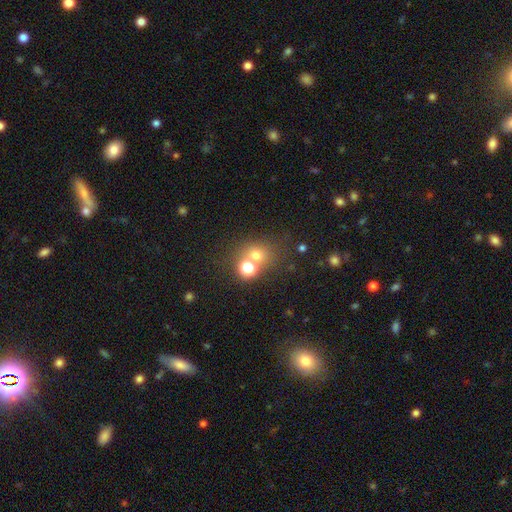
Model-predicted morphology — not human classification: smooth-or-featured: smooth: 64% | star or artifact: 23% | featured or disk: 13%
  how-rounded: round: 76% | in between: 23% | cigar-shaped: 1%
  merging: none: 54% | merger: 33% | minor disturbance: 9% | major disturbance: 5%